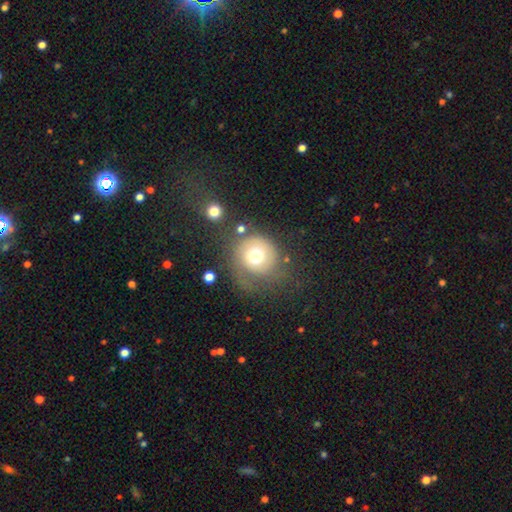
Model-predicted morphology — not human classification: smooth-or-featured: smooth: 59% | featured or disk: 31% | star or artifact: 10%
  how-rounded: round: 85% | in between: 14% | cigar-shaped: 1%
  merging: none: 50% | major disturbance: 23% | minor disturbance: 21% | merger: 6%